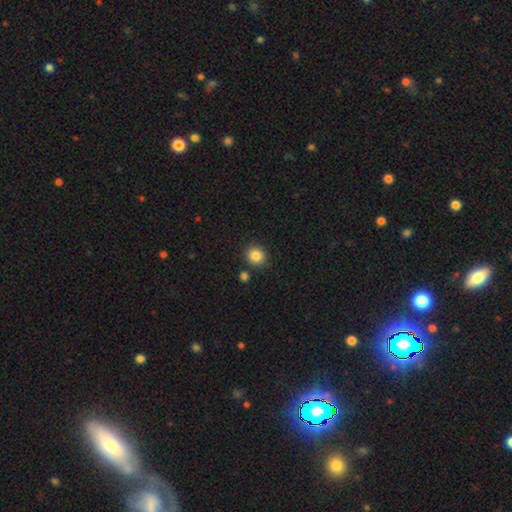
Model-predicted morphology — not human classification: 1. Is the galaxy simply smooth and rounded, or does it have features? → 86% smooth, 10% star or artifact, 4% featured or disk.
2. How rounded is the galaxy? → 86% round, 13% in between, 1% cigar-shaped.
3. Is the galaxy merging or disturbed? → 85% none, 8% minor disturbance, 5% merger, 2% major disturbance.